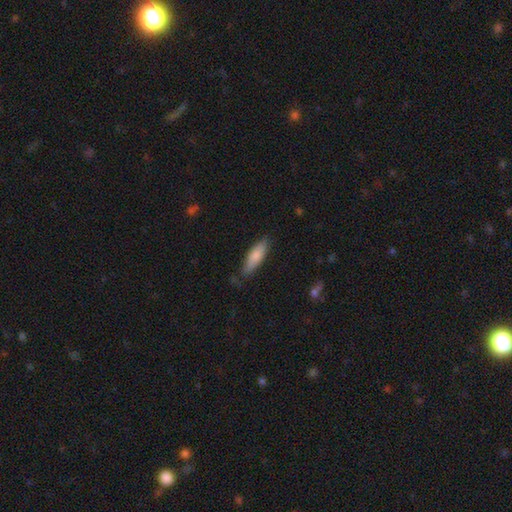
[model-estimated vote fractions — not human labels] Smooth or featured?
  - smooth: 79% *
  - featured or disk: 16%
  - star or artifact: 6%
How rounded?
  - in between: 51% *
  - cigar-shaped: 48%
  - round: 2%
Merging?
  - none: 75% *
  - minor disturbance: 20%
  - major disturbance: 4%
  - merger: 2%